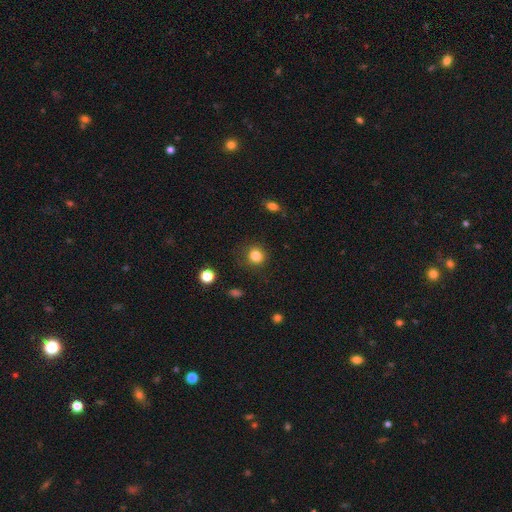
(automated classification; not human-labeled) Q: Smooth or featured?
A: smooth (83%); runner-up: star or artifact (12%)
Q: How rounded?
A: round (88%); runner-up: in between (11%)
Q: Merging?
A: none (84%); runner-up: minor disturbance (11%)